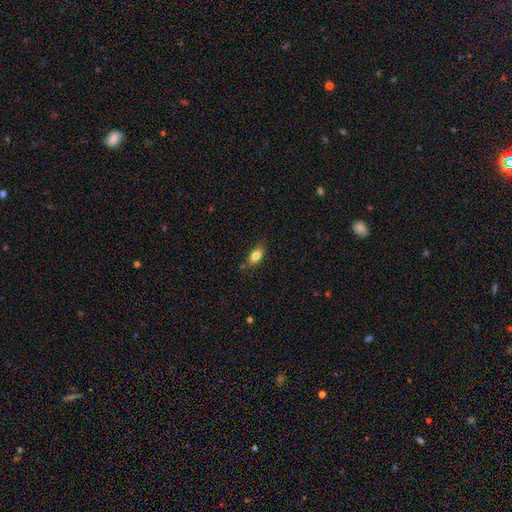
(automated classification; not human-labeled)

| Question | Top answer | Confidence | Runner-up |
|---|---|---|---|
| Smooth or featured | smooth | 81% | featured or disk (11%) |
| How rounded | in between | 86% | cigar-shaped (10%) |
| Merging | none | 77% | minor disturbance (16%) |